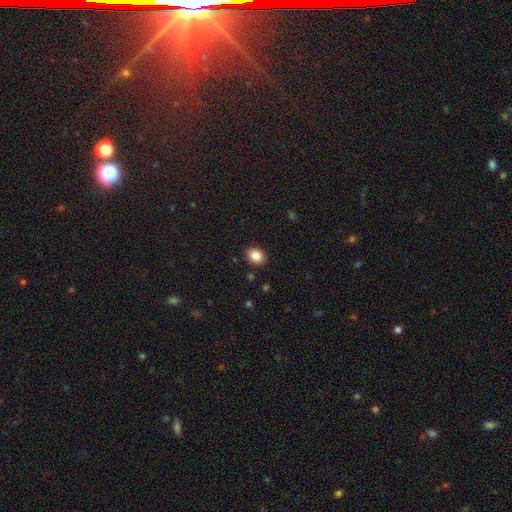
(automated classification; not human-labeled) Smooth or featured? Predicted: smooth (p=0.85). How rounded? Predicted: in between (p=0.53). Merging? Predicted: none (p=0.89).